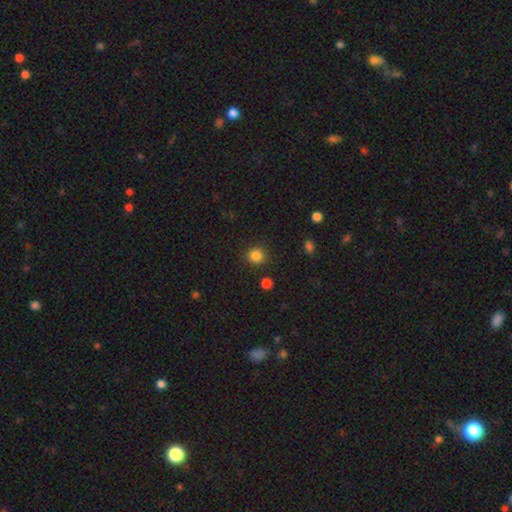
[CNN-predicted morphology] This is clearly a smooth galaxy (84%). How rounded: clearly round (92%). Merging: clearly none (88%).